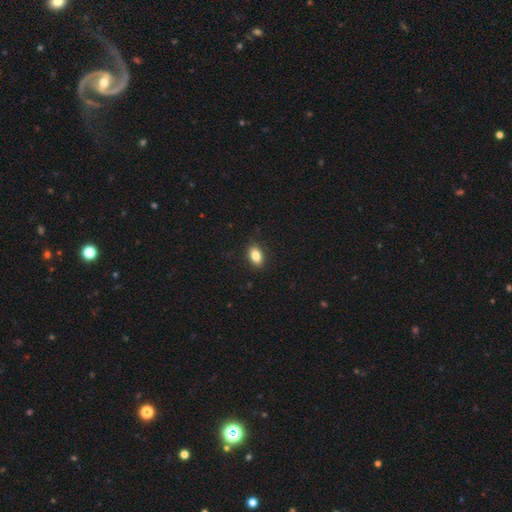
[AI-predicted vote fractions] Overall: smooth (84%). How rounded: in between (87%). Merging: none (88%).